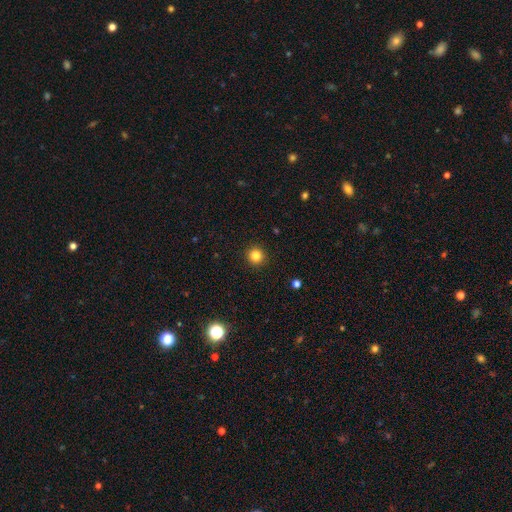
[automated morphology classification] smooth_or_featured: smooth (p=0.83) [alt: star or artifact p=0.12]
how_rounded: round (p=0.95) [alt: in between p=0.04]
merging: none (p=0.93) [alt: minor disturbance p=0.04]